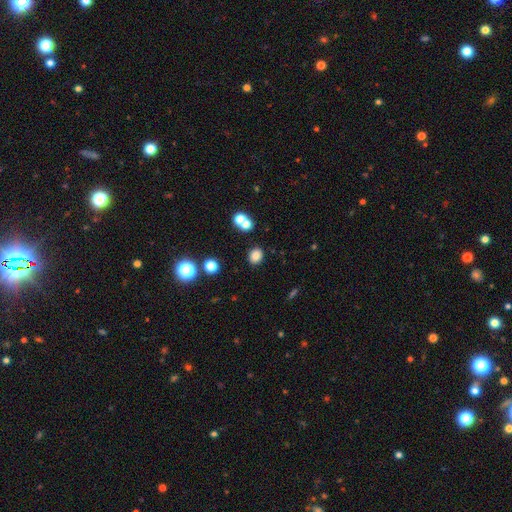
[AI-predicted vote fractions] The model was most divided on "how rounded": round: 60%, in between: 39%, cigar-shaped: 1%. More confident: merging — none (83%); smooth or featured — smooth (81%).